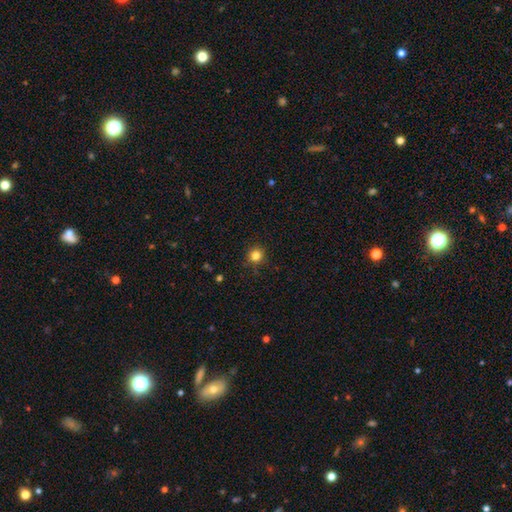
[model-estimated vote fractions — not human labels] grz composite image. It shows a smooth galaxy with no disk features (82%) that is round (92%). Merging: none (85%).